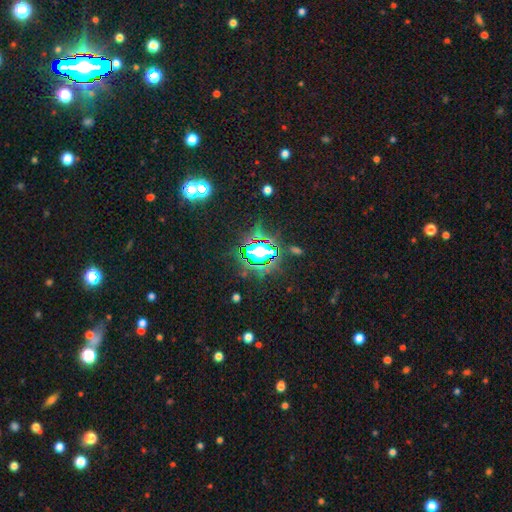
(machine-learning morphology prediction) Overall: star or artifact (74%).